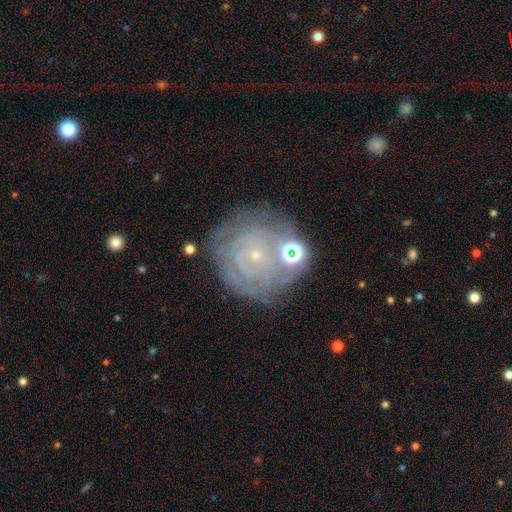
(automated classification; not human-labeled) Q: Smooth or featured?
A: featured or disk (77%); runner-up: smooth (13%)
Q: Edge-on disk?
A: no (97%); runner-up: yes (3%)
Q: Bar?
A: no (79%); runner-up: weak (16%)
Q: Spiral arms?
A: yes (89%); runner-up: no (11%)
Q: Spiral winding?
A: tight (82%); runner-up: medium (14%)
Q: Spiral arm count?
A: can't tell (42%); runner-up: 2 (17%)
Q: Bulge size?
A: small (87%); runner-up: moderate (8%)
Q: Merging?
A: none (71%); runner-up: minor disturbance (16%)